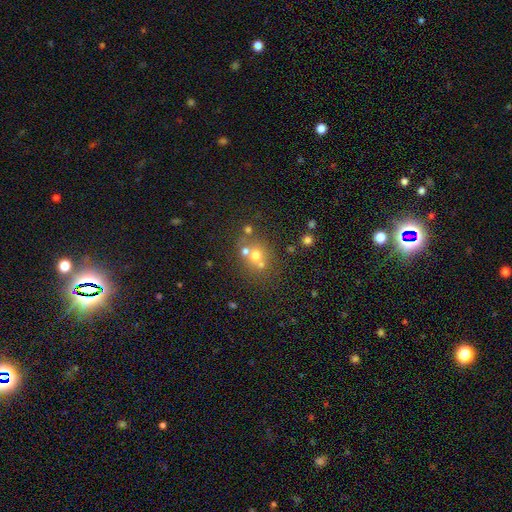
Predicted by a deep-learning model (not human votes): Smooth or featured? Predicted: smooth (p=0.57). How rounded? Predicted: round (p=0.78). Merging? Predicted: none (p=0.50).